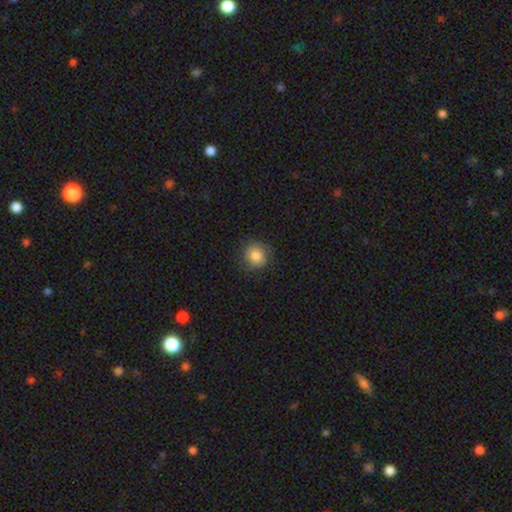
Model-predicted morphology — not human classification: This is clearly a smooth galaxy (84%). How rounded: clearly round (83%). Merging: clearly none (85%).